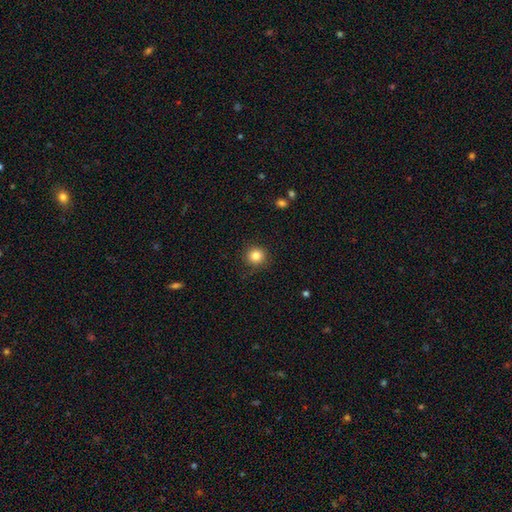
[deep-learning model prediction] A smooth galaxy with no disk features (84%) that is round (93%).

Vote fractions:
- Smooth or featured? smooth: 84% / star or artifact: 11% / featured or disk: 5%
- How rounded? round: 93% / in between: 6% / cigar-shaped: 1%
- Merging? none: 87% / minor disturbance: 9% / major disturbance: 3% / merger: 1%